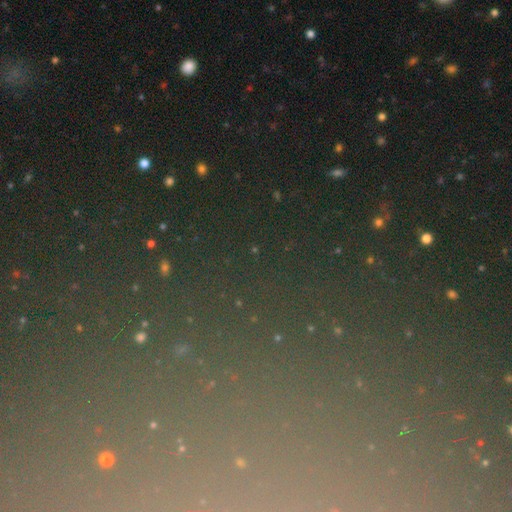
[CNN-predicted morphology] Smooth or featured? star or artifact (77%)